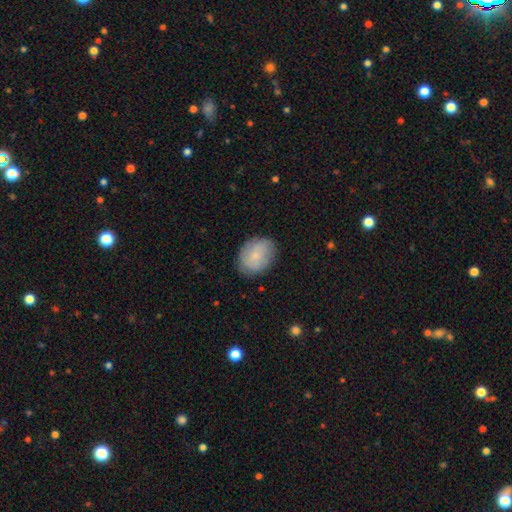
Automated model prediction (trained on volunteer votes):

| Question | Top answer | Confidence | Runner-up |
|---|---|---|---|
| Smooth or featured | smooth | 74% | featured or disk (19%) |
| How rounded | in between | 67% | round (32%) |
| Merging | none | 82% | minor disturbance (14%) |